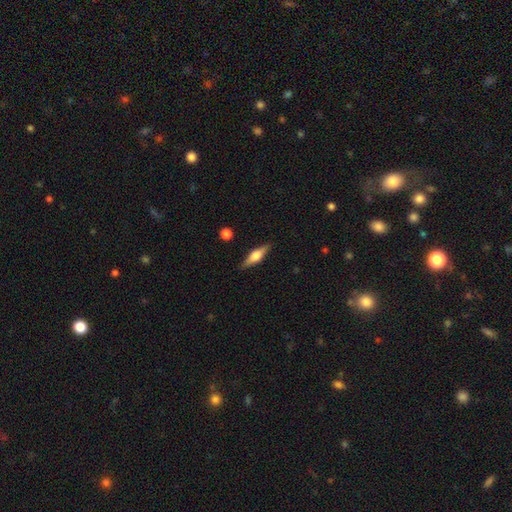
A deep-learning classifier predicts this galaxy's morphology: smooth-or-featured: featured or disk: 53% | smooth: 41% | star or artifact: 6%
  disk-edge-on: yes: 94% | no: 6%
    edge-on-bulge: rounded: 89% | boxy: 8% | none: 2%
  merging: none: 87% | minor disturbance: 9% | major disturbance: 2% | merger: 1%